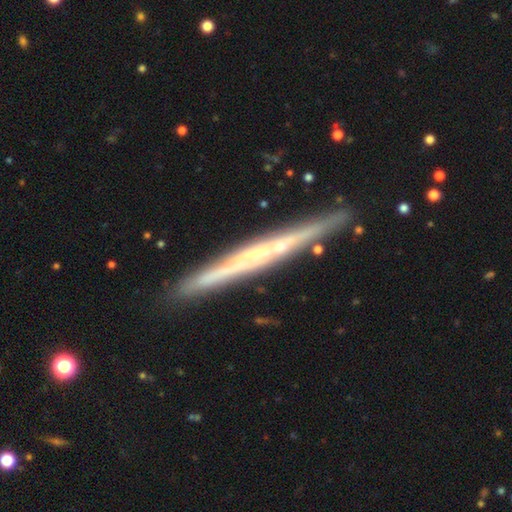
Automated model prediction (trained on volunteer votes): Smooth or featured? Predicted: featured or disk (p=0.74). Edge-on disk? Predicted: yes (p=0.97). Edge-on bulge? Predicted: none (p=0.71). Merging? Predicted: none (p=0.89).